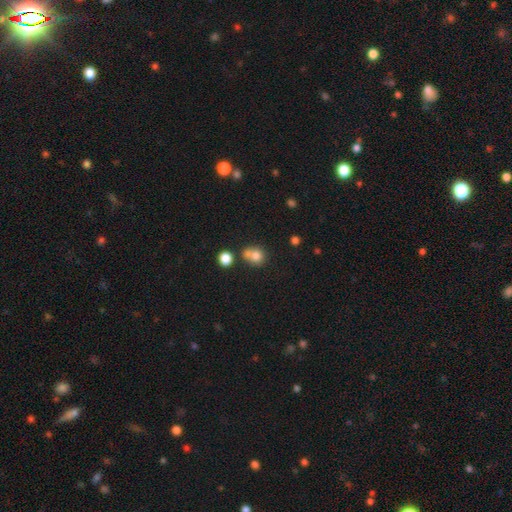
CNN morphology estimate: Smooth or featured?
  - smooth: 78% *
  - star or artifact: 12%
  - featured or disk: 10%
How rounded?
  - round: 78% *
  - in between: 21%
  - cigar-shaped: 1%
Merging?
  - none: 43% *
  - merger: 42%
  - minor disturbance: 11%
  - major disturbance: 5%